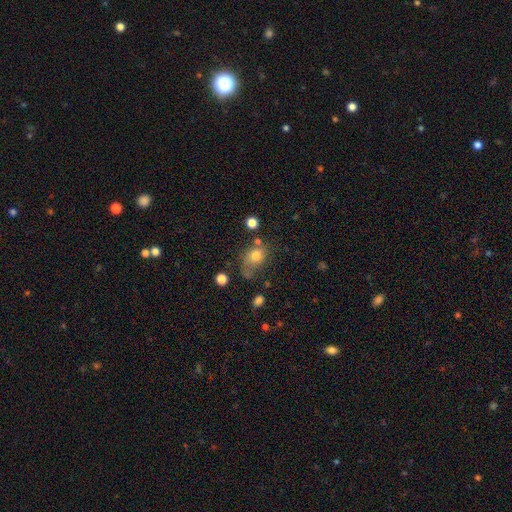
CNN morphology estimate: smooth 76%, star or artifact 13%, featured or disk 11%. Down the decision tree: how rounded — round (50%); merging — none (46%).